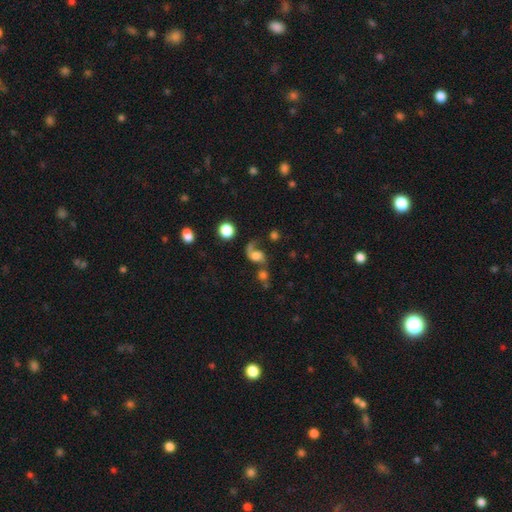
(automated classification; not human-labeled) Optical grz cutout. It shows a featured or disk galaxy (56%) with no bar (68%), spiral arms (86%) and a moderate central bulge (38%). Merging: none (32%).